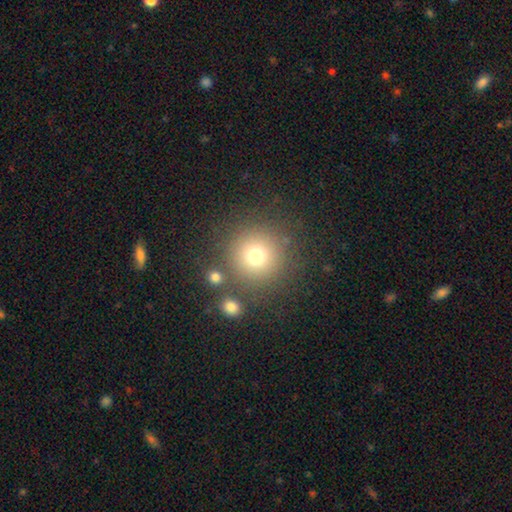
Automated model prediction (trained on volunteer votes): A smooth galaxy with no disk features (74%) that is round (95%). Merging: none (83%).